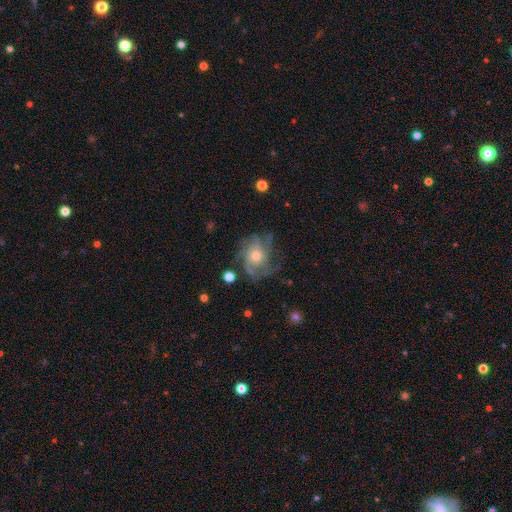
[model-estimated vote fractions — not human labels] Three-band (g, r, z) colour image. It shows a featured or disk galaxy (80%) with no bar (80%), can't tell (26%, tied with 4) tight (45%) spiral arms (94%) and a moderate central bulge (55%). Merging: none (70%).